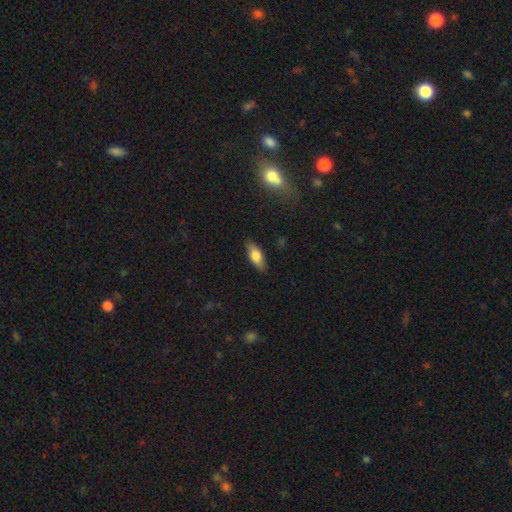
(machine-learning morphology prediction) smooth 73%, featured or disk 20%, star or artifact 7%. Down the decision tree: how rounded — in between (76%); merging — none (86%).